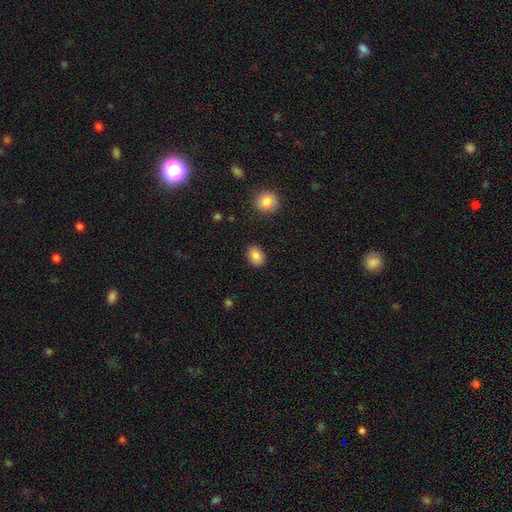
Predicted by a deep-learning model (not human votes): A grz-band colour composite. It shows a smooth galaxy with no disk features (87%) that is in between round and cigar-shaped (70%). Merging: none (88%).